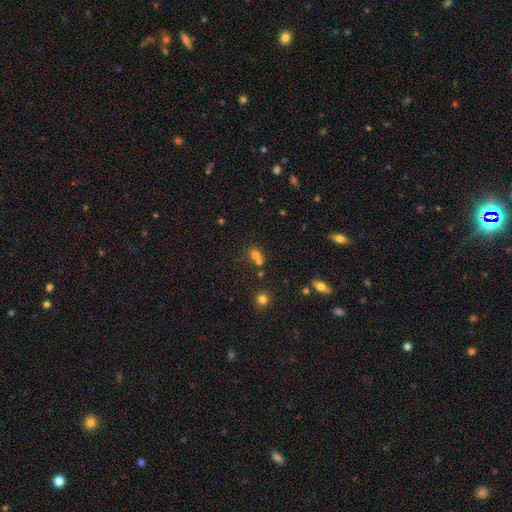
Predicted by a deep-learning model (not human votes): Smooth or featured? smooth (69%)
How rounded? round (70%)
Merging? merger (48%)